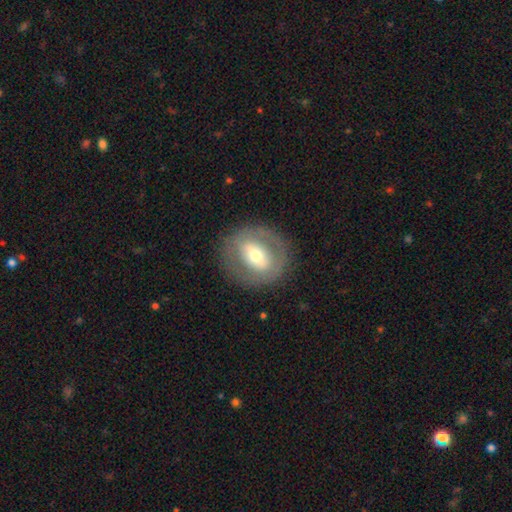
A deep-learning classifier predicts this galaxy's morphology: Smooth or featured: featured or disk — 53% (smooth — 40%)
Edge-on disk: no — 91% (yes — 9%)
Merging: none — 82% (minor disturbance — 10%)